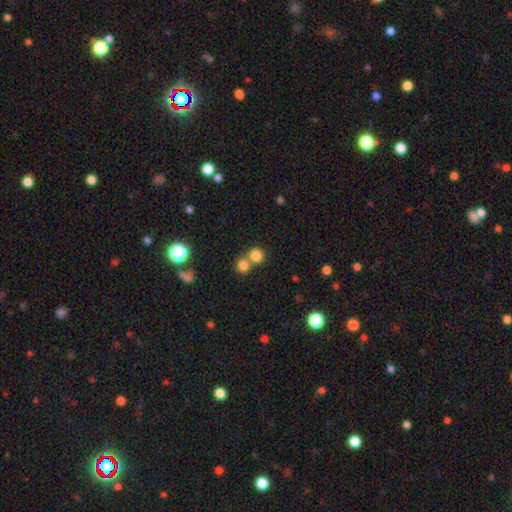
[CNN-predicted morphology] Smooth or featured? Predicted: smooth (p=0.80). How rounded? Predicted: round (p=0.84). Merging? Predicted: none (p=0.48).